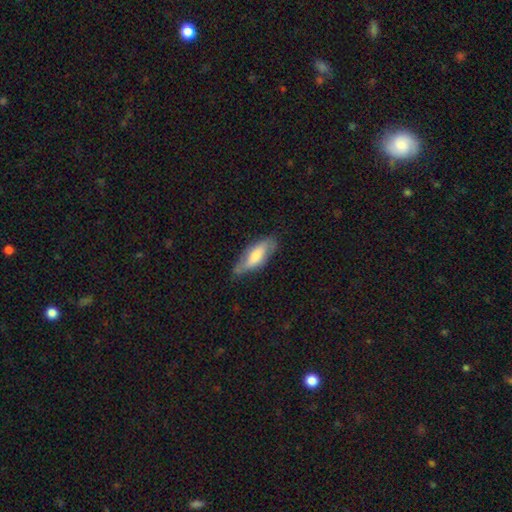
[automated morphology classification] Smooth or featured?
  - smooth: 52% *
  - featured or disk: 41%
  - star or artifact: 6%
How rounded?
  - in between: 64% *
  - cigar-shaped: 34%
  - round: 2%
Merging?
  - none: 66% *
  - minor disturbance: 27%
  - major disturbance: 6%
  - merger: 2%